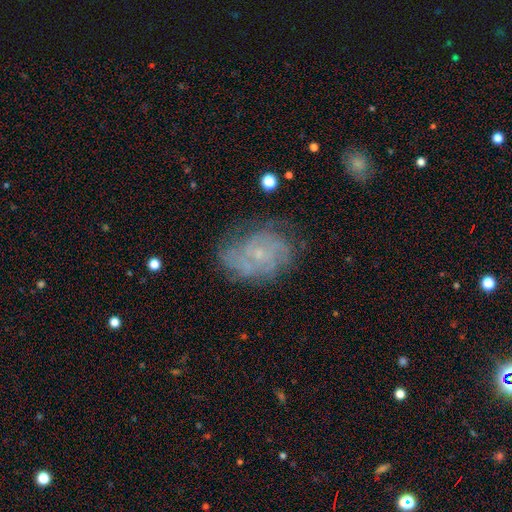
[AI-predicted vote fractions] A featured or disk galaxy (68%) with no bar (72%), tight (56%) spiral arms (90%) and a small central bulge (77%).

Vote fractions:
- Smooth or featured? featured or disk: 68% / smooth: 17% / star or artifact: 15%
- Edge-on disk? no: 97% / yes: 3%
- Bar? no: 72% / weak: 24% / strong: 4%
- Spiral arms? yes: 90% / no: 10%
- Spiral winding? tight: 56% / medium: 33% / loose: 11%
- Spiral arm count? can't tell: 41% / 3: 16% / 2: 16% / 4: 13% / more than 4: 7% / 1: 7%
- Bulge size? small: 77% / moderate: 15% / none: 6% / large: 1% / dominant: 1%
- Merging? none: 71% / minor disturbance: 19% / major disturbance: 8% / merger: 2%